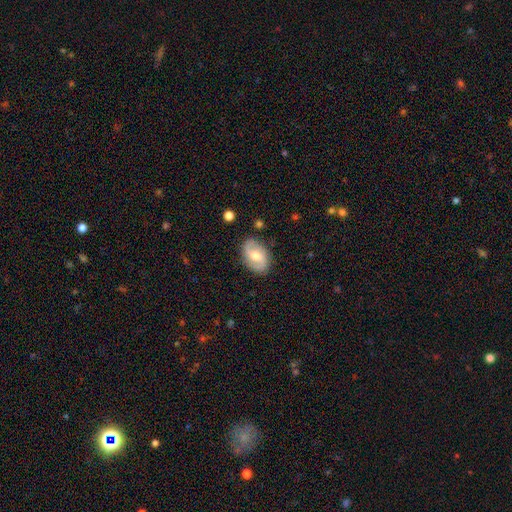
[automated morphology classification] A featured or disk galaxy (67%) with a weak bar (46%), 2 (89%) medium (41%) spiral arms (88%) and a moderate central bulge (68%).

Vote fractions:
- Smooth or featured? featured or disk: 67% / smooth: 27% / star or artifact: 6%
- Edge-on disk? no: 96% / yes: 4%
- Bar? weak: 46% / no: 40% / strong: 14%
- Spiral arms? yes: 88% / no: 12%
- Spiral winding? medium: 41% / loose: 40% / tight: 19%
- Spiral arm count? 2: 89% / can't tell: 6% / 1: 2% / 3: 1% / 4: 1% / more than 4: 1%
- Bulge size? moderate: 68% / small: 23% / large: 6% / none: 2% / dominant: 1%
- Merging? none: 83% / minor disturbance: 12% / major disturbance: 3% / merger: 1%